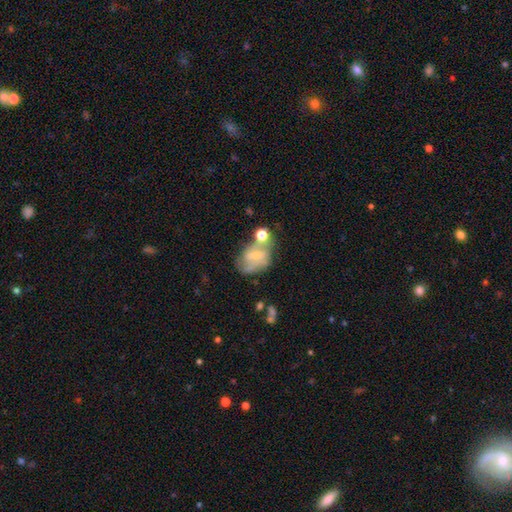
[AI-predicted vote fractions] Morphology: type=featured or disk (46%); merging=none (33%).